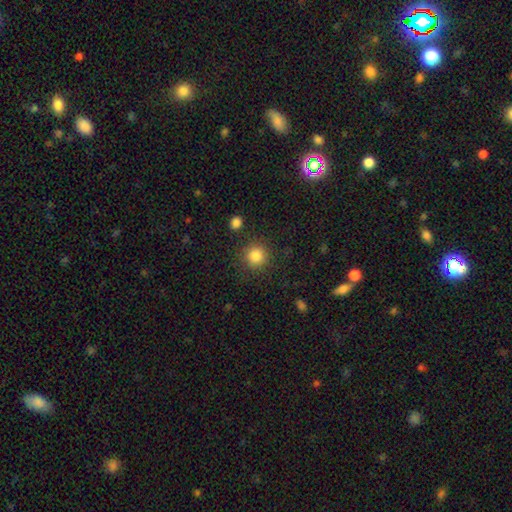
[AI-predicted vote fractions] The model was most divided on "smooth or featured": smooth: 85%, star or artifact: 11%, featured or disk: 5%. More confident: how rounded — round (93%); merging — none (87%).